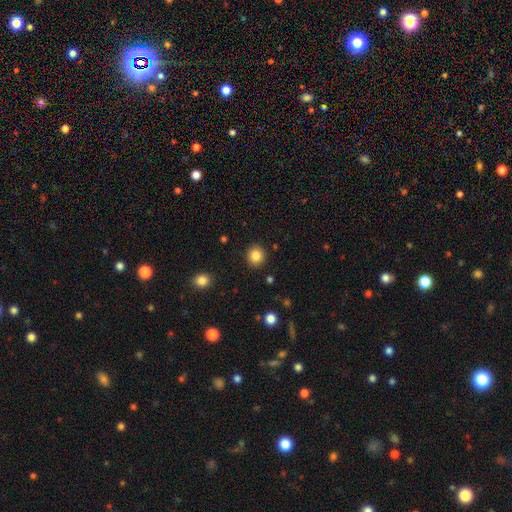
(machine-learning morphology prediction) smooth-or-featured: smooth: 85% | star or artifact: 10% | featured or disk: 5%
  how-rounded: round: 89% | in between: 10% | cigar-shaped: 1%
  merging: none: 91% | minor disturbance: 6% | major disturbance: 2% | merger: 1%